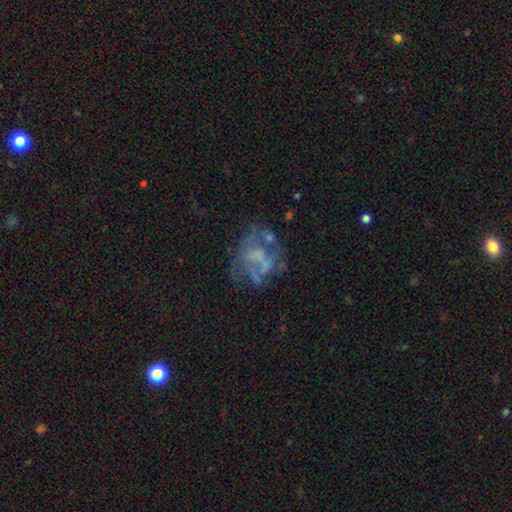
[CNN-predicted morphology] smooth-or-featured: featured or disk: 62% | smooth: 23% | star or artifact: 15%
  disk-edge-on: no: 98% | yes: 2%
    bar: no: 78% | weak: 17% | strong: 5%
    has-spiral-arms: no: 72% | yes: 28%
    bulge-size: none: 66% | moderate: 14% | small: 14% | large: 4% | dominant: 1%
  merging: none: 42% | major disturbance: 31% | minor disturbance: 19% | merger: 8%